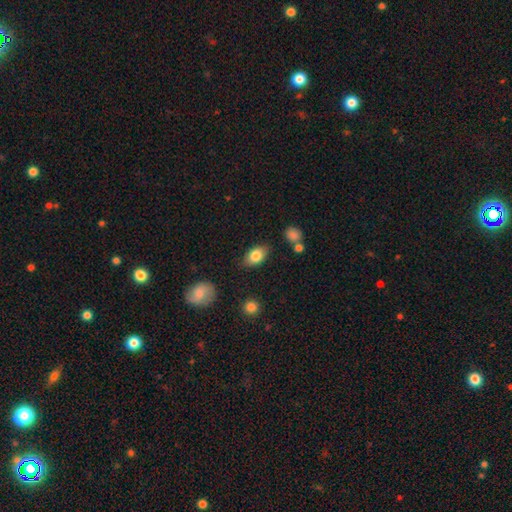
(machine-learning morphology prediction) smooth 81%, featured or disk 12%, star or artifact 7%. Down the decision tree: how rounded — in between (89%); merging — none (81%).